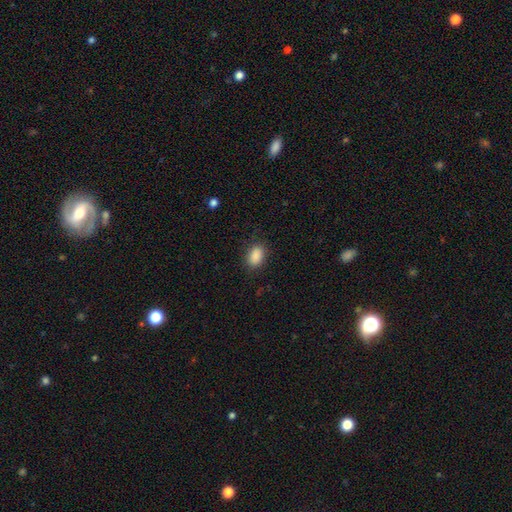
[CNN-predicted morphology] The model was most divided on "merging": none: 84%, minor disturbance: 12%, major disturbance: 3%, merger: 1%. More confident: smooth or featured — smooth (89%); how rounded — in between (87%).